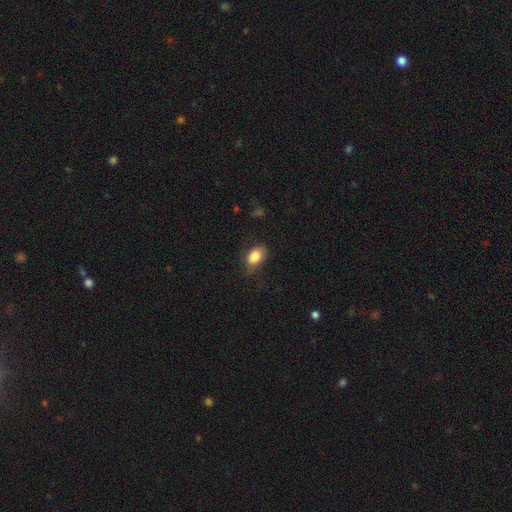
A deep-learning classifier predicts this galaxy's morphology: This appears to be a smooth galaxy with no disk features (85%) that is in between round and cigar-shaped (82%). Merging: none (66%).